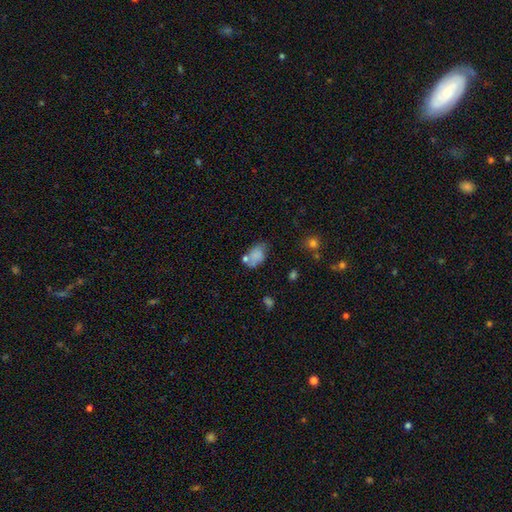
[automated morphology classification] Smooth or featured: smooth — 75% (featured or disk — 15%)
How rounded: in between — 83% (round — 16%)
Merging: none — 46% (minor disturbance — 26%)